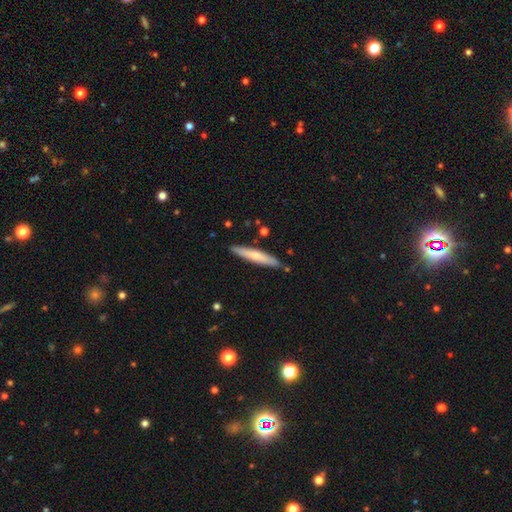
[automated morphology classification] smooth-or-featured: smooth: 62% | featured or disk: 33% | star or artifact: 5%
  how-rounded: cigar-shaped: 92% | in between: 7% | round: 1%
  merging: none: 86% | minor disturbance: 10% | merger: 3% | major disturbance: 2%